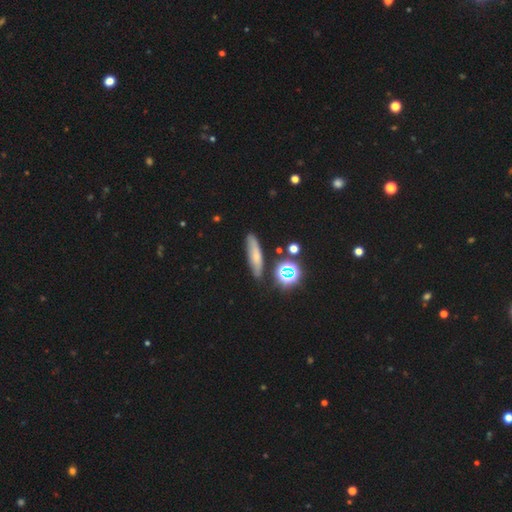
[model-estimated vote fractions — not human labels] Smooth or featured? smooth (58%)
How rounded? cigar-shaped (62%)
Merging? none (79%)